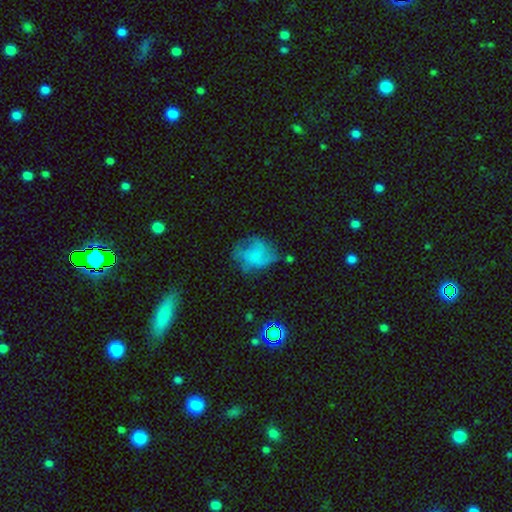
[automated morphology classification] A smooth galaxy with no disk features (48%). Merging: none (50%).